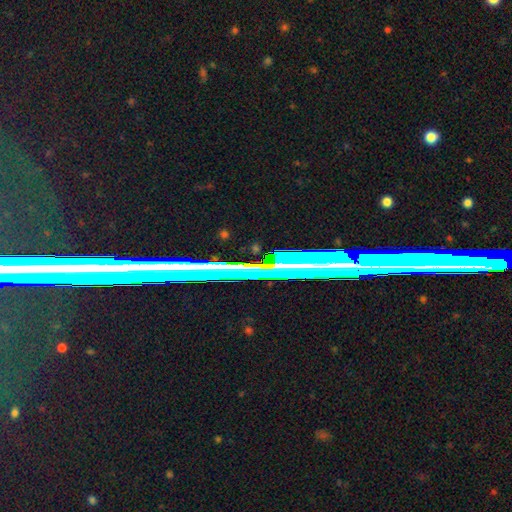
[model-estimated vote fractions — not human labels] Q: Smooth or featured?
A: star or artifact (47%); runner-up: featured or disk (36%)